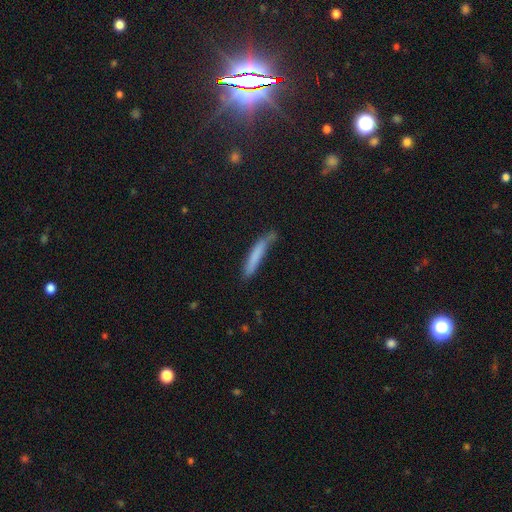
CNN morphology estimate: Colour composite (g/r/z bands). It shows a smooth galaxy with no disk features (75%) that is cigar-shaped (93%). Merging: none (61%).